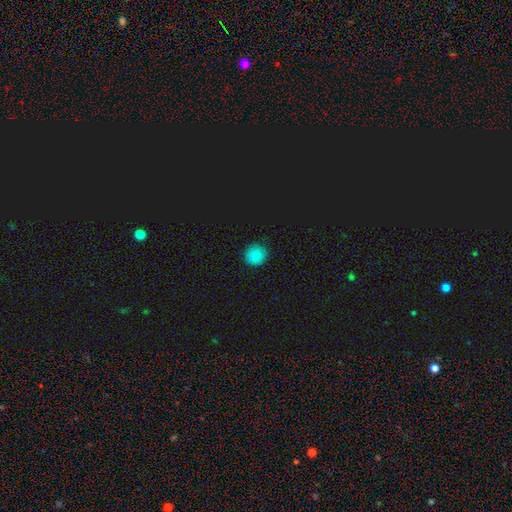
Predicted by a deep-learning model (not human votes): Smooth or featured: smooth — 80% (star or artifact — 14%)
How rounded: round — 93% (in between — 6%)
Merging: none — 90% (minor disturbance — 7%)